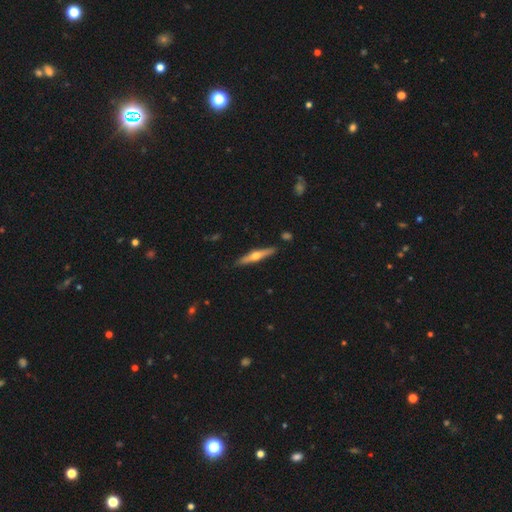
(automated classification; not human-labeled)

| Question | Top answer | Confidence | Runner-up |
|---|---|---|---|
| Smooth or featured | featured or disk | 60% | smooth (34%) |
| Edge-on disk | yes | 95% | no (5%) |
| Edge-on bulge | rounded | 92% | none (5%) |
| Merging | none | 88% | minor disturbance (8%) |